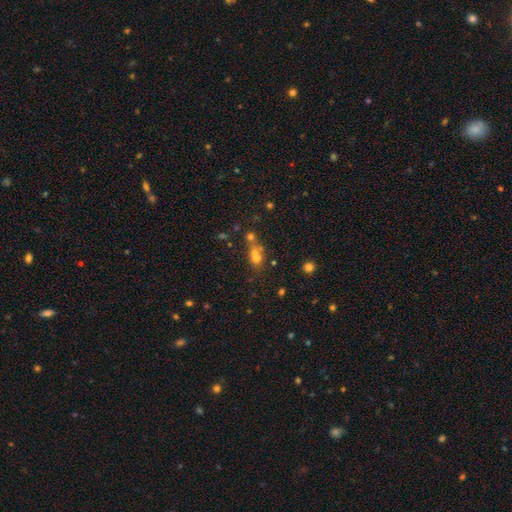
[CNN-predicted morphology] Smooth or featured? smooth (53%)
How rounded? round (51%)
Merging? merger (47%)